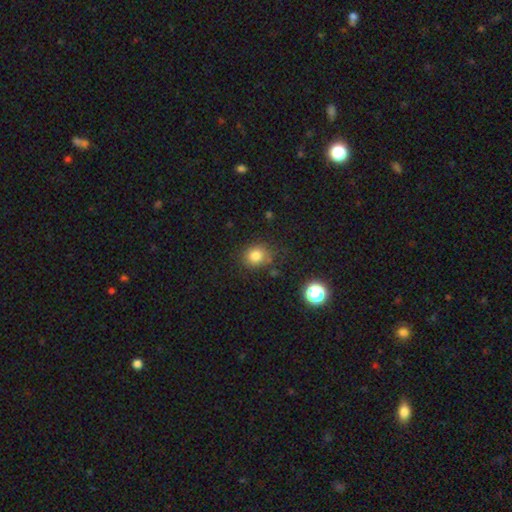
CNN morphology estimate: smooth_or_featured: smooth (p=0.81) [alt: star or artifact p=0.13]
how_rounded: round (p=0.72) [alt: in between p=0.27]
merging: none (p=0.78) [alt: minor disturbance p=0.14]